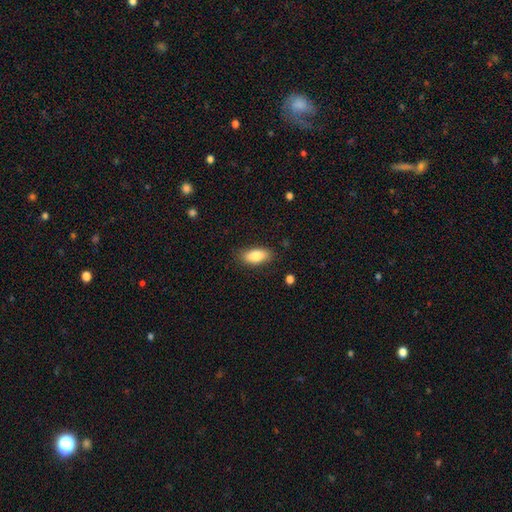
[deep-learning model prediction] The model was most divided on "merging": none: 82%, minor disturbance: 13%, major disturbance: 3%, merger: 1%. More confident: how rounded — in between (87%); smooth or featured — smooth (85%).